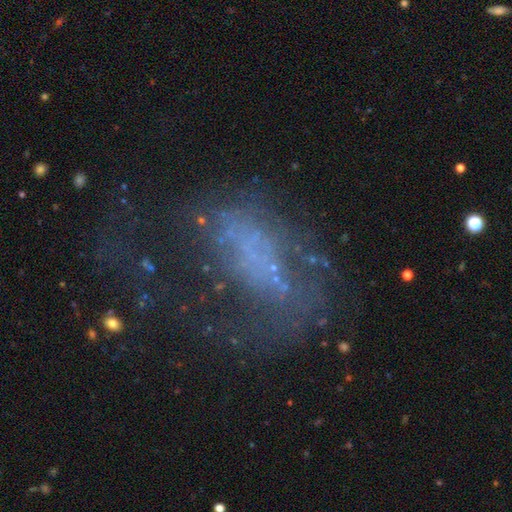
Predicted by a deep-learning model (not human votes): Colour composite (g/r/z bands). It shows a featured or disk galaxy (54%) with no bar (83%), no spiral arms (77%) and no central bulge (80%). Merging: major disturbance (47%).